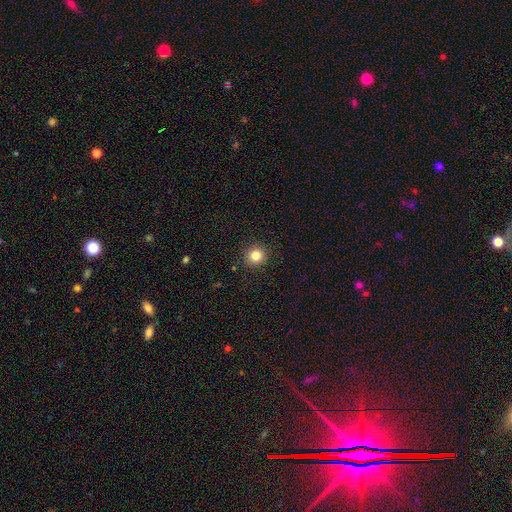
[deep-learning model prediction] smooth_or_featured: smooth (p=0.83) [alt: star or artifact p=0.11]
how_rounded: round (p=0.92) [alt: in between p=0.07]
merging: none (p=0.90) [alt: minor disturbance p=0.07]